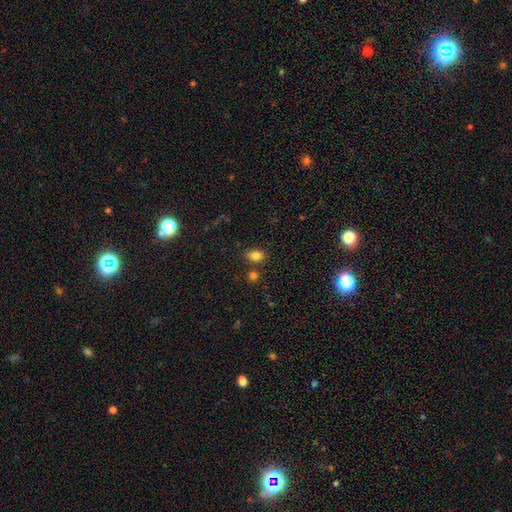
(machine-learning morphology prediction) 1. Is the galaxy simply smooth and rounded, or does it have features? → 83% smooth, 11% star or artifact, 6% featured or disk.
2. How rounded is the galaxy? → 76% in between, 22% round, 2% cigar-shaped.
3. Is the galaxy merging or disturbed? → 75% none, 12% minor disturbance, 10% merger, 3% major disturbance.